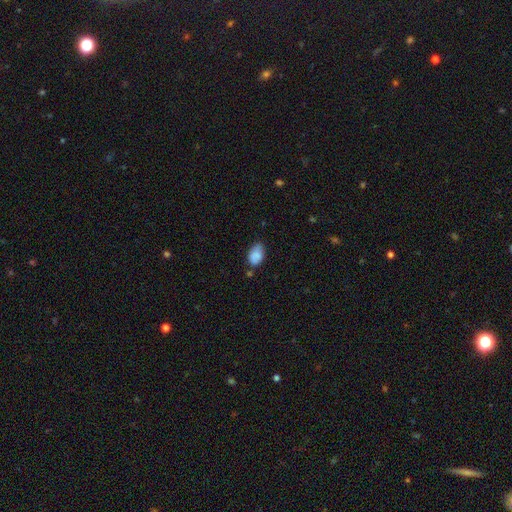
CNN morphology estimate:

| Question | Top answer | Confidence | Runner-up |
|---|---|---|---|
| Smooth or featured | smooth | 83% | featured or disk (9%) |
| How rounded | in between | 89% | round (10%) |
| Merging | none | 55% | minor disturbance (33%) |